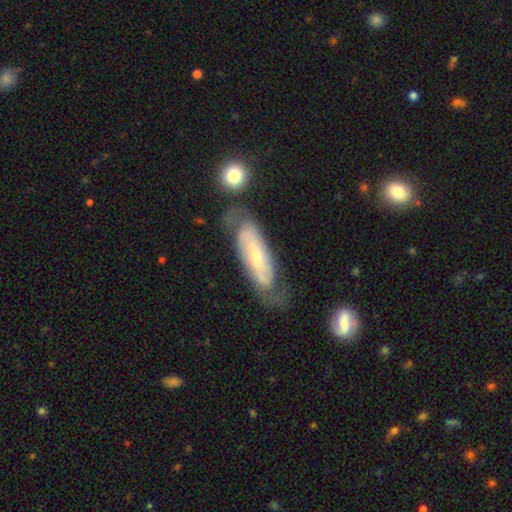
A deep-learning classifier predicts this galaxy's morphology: smooth-or-featured: featured or disk: 68% | smooth: 26% | star or artifact: 6%
  disk-edge-on: no: 85% | yes: 15%
    bar: no: 46% | weak: 36% | strong: 18%
    has-spiral-arms: yes: 87% | no: 13%
      spiral-winding: tight: 50% | medium: 37% | loose: 14%
      spiral-arm-count: 2: 61% | can't tell: 30% | 1: 3% | 3: 3% | 4: 2% | more than 4: 1%
    bulge-size: small: 60% | moderate: 32% | large: 3% | none: 3% | dominant: 1%
  merging: none: 56% | minor disturbance: 24% | major disturbance: 14% | merger: 6%